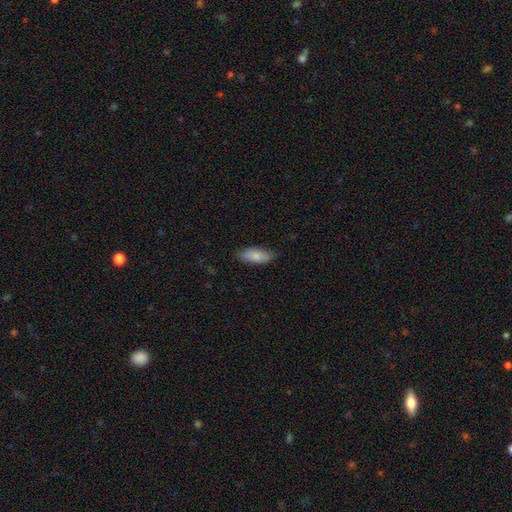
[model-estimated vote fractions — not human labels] smooth-or-featured: smooth: 83% | featured or disk: 12% | star or artifact: 6%
  how-rounded: in between: 79% | cigar-shaped: 19% | round: 2%
  merging: none: 83% | minor disturbance: 14% | major disturbance: 2% | merger: 1%